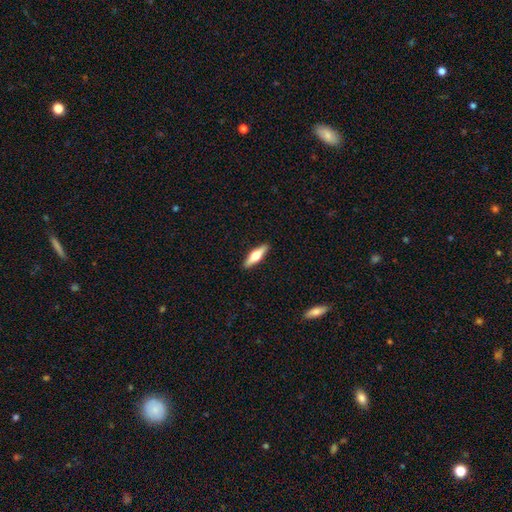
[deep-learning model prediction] Smooth or featured: featured or disk — 52% (smooth — 43%)
Edge-on disk: yes — 94% (no — 6%)
Merging: none — 91% (minor disturbance — 7%)